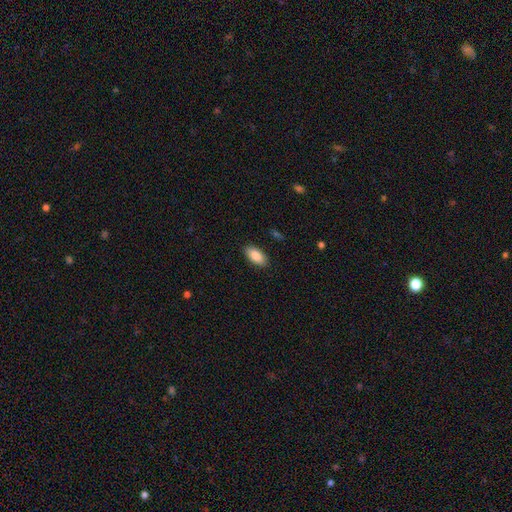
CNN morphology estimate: smooth 87%, star or artifact 6%, featured or disk 6%. Down the decision tree: how rounded — in between (90%); merging — none (89%).